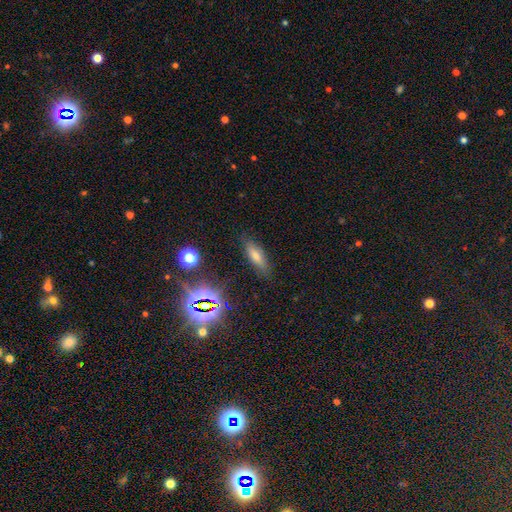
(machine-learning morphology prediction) smooth_or_featured: smooth (p=0.55) [alt: star or artifact p=0.25]
how_rounded: cigar-shaped (p=0.49) [alt: in between p=0.47]
merging: none (p=0.85) [alt: minor disturbance p=0.11]